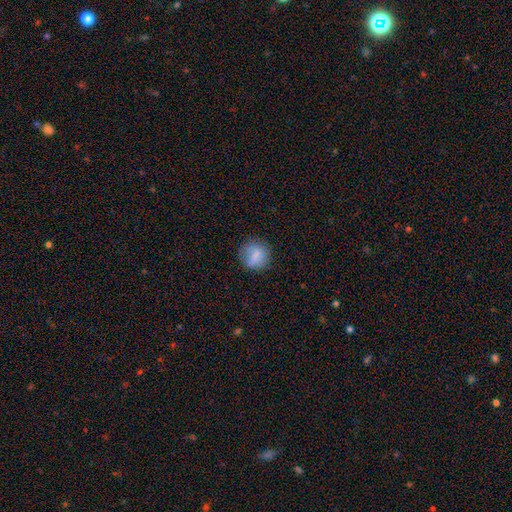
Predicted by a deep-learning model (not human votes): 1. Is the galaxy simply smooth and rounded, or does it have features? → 79% smooth, 12% featured or disk, 9% star or artifact.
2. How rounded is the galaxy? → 85% round, 13% in between, 1% cigar-shaped.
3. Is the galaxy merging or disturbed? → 77% none, 16% minor disturbance, 6% major disturbance, 1% merger.